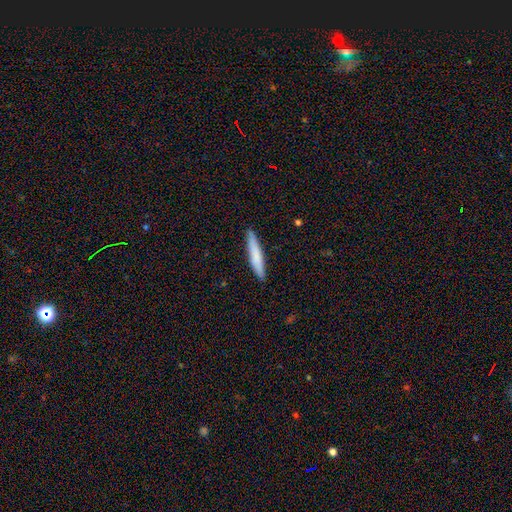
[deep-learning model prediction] smooth-or-featured: smooth: 76% | featured or disk: 18% | star or artifact: 5%
  how-rounded: cigar-shaped: 92% | in between: 6% | round: 1%
  merging: none: 89% | minor disturbance: 8% | major disturbance: 2% | merger: 1%